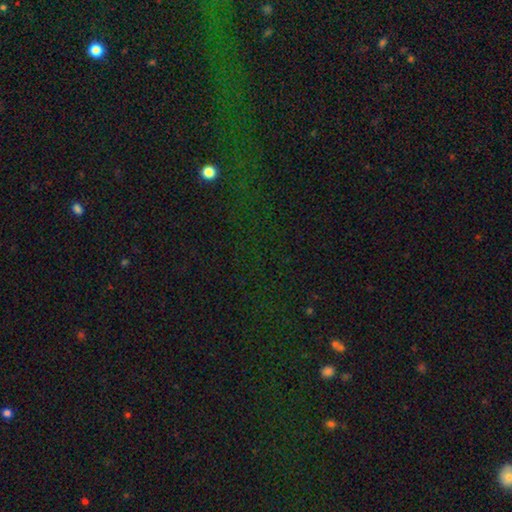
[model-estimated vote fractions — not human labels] This is likely a star or artifact rather than a galaxy (75%).